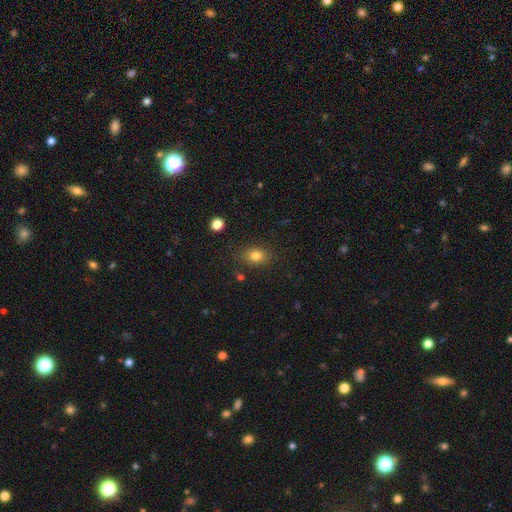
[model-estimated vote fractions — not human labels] Smooth or featured: smooth — 81% (star or artifact — 11%)
How rounded: in between — 66% (round — 33%)
Merging: none — 83% (minor disturbance — 11%)